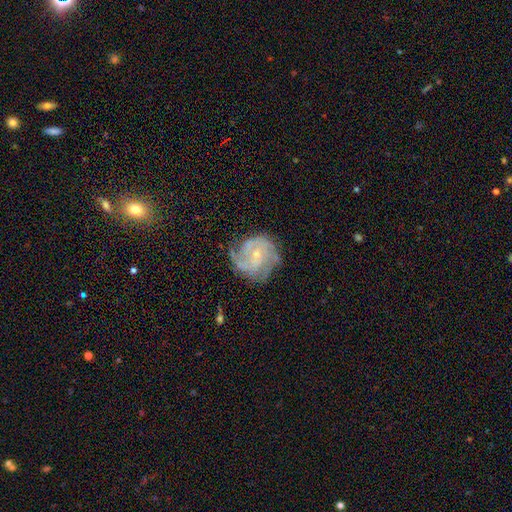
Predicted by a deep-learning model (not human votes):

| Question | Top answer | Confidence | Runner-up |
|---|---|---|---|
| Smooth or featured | featured or disk | 82% | smooth (11%) |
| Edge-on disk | no | 98% | yes (2%) |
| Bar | no | 64% | weak (30%) |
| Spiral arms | yes | 94% | no (6%) |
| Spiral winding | tight | 50% | medium (38%) |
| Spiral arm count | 3 | 27% | can't tell (26%) |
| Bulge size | small | 72% | moderate (23%) |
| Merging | none | 67% | minor disturbance (21%) |